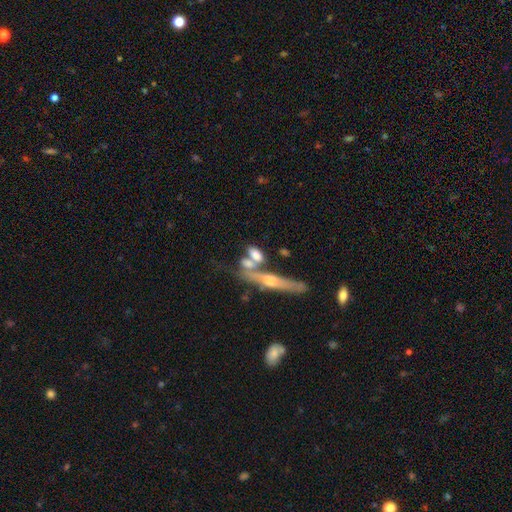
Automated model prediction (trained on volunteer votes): smooth_or_featured: smooth (p=0.57) [alt: featured or disk p=0.34]
how_rounded: in between (p=0.60) [alt: cigar-shaped p=0.30]
merging: merger (p=0.43) [alt: none p=0.36]